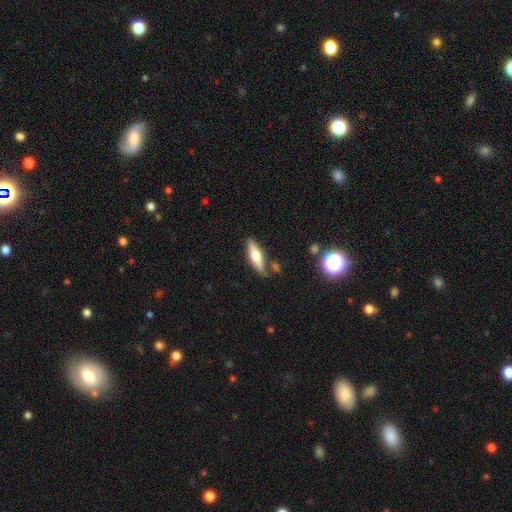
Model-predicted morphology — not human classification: This is possibly a smooth galaxy (54%). How rounded: likely cigar-shaped (63%). Merging: likely none (78%).